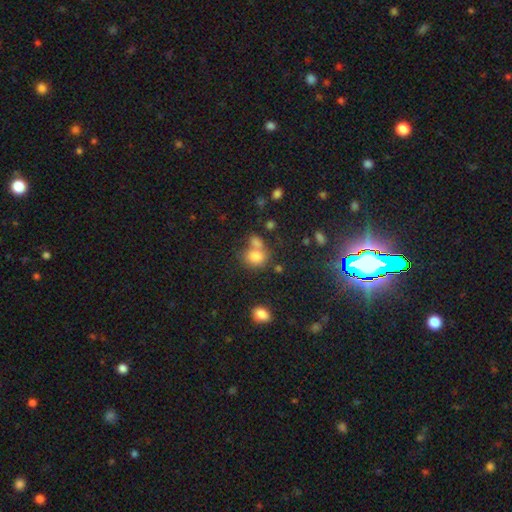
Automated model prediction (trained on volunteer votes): smooth_or_featured: smooth (p=0.78) [alt: star or artifact p=0.14]
how_rounded: round (p=0.50) [alt: in between p=0.49]
merging: merger (p=0.41) [tied with: none p=0.41]